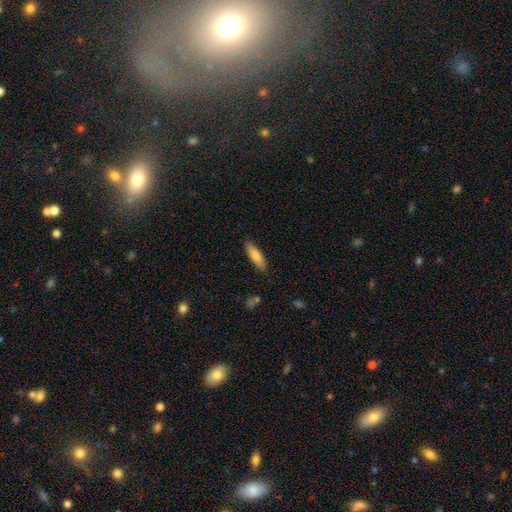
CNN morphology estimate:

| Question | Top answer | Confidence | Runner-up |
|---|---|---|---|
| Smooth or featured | smooth | 79% | featured or disk (15%) |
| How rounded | cigar-shaped | 61% | in between (37%) |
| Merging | none | 85% | minor disturbance (11%) |